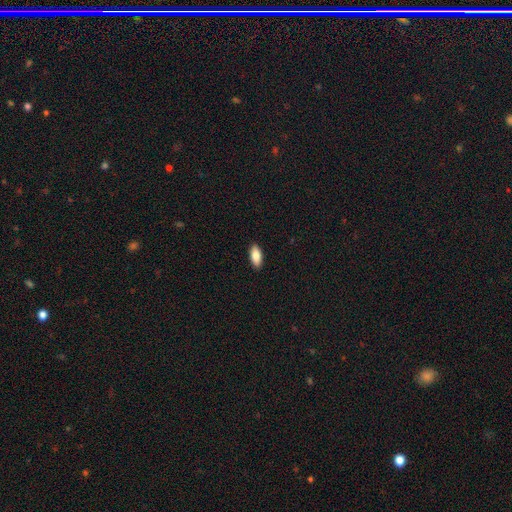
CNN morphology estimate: smooth 86%, featured or disk 8%, star or artifact 6%. Down the decision tree: how rounded — in between (86%); merging — none (90%).